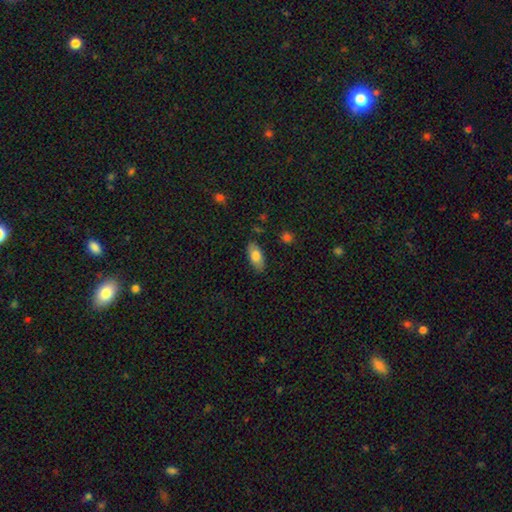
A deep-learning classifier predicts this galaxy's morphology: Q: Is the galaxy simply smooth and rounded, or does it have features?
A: smooth — 79%.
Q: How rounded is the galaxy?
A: in between — 88%.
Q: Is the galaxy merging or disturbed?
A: none — 84%.